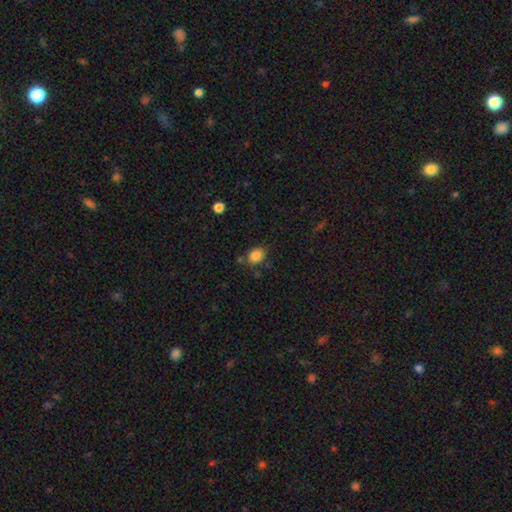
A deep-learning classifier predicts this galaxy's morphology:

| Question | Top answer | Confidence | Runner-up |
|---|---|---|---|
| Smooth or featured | smooth | 85% | star or artifact (10%) |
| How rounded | in between | 57% | round (42%) |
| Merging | none | 75% | minor disturbance (15%) |